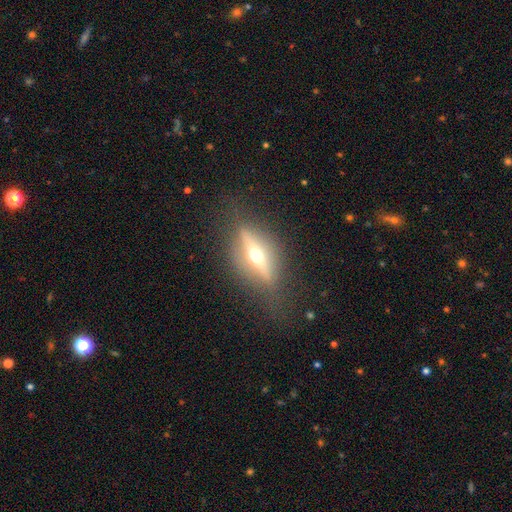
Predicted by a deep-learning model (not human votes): Morphology: type=featured or disk (71%); edge-on=yes (85%); edge-on bulge=rounded (95%); merging=none (75%).